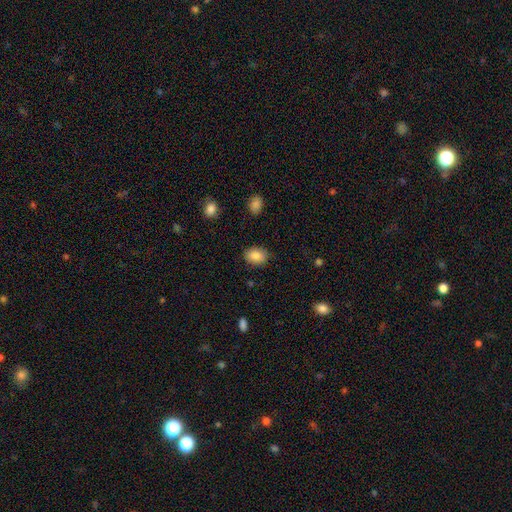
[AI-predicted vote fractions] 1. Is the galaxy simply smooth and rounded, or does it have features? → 85% smooth, 8% star or artifact, 7% featured or disk.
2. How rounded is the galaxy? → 74% in between, 25% round, 1% cigar-shaped.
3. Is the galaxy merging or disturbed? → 86% none, 10% minor disturbance, 2% major disturbance, 1% merger.